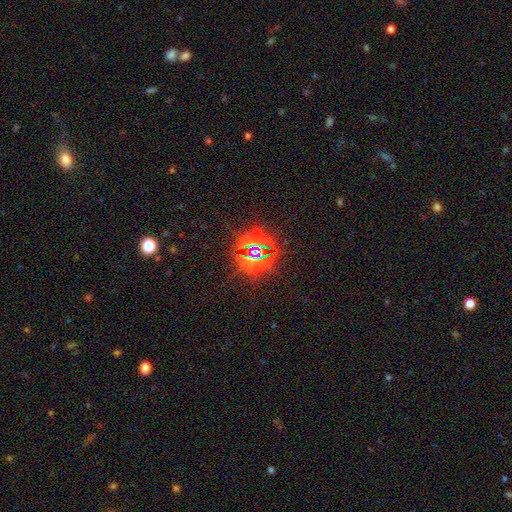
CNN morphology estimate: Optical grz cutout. It shows a star or artifact, not a galaxy (81%).